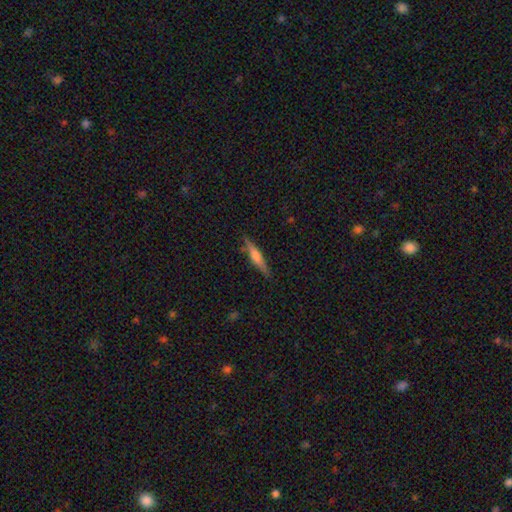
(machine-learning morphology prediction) Smooth or featured? featured or disk (50%)
Merging? none (86%)